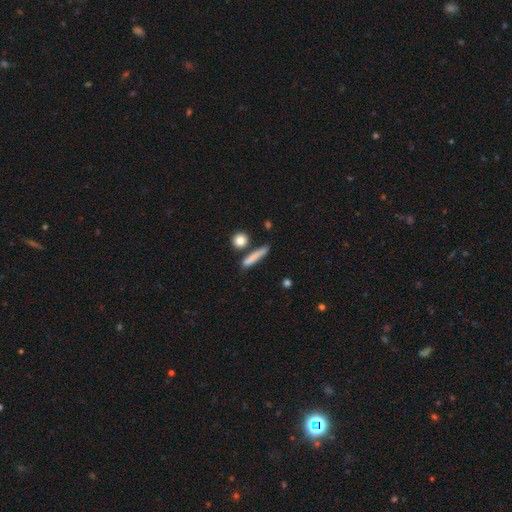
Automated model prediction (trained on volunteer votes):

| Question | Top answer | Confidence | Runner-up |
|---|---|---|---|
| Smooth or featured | smooth | 78% | featured or disk (14%) |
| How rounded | cigar-shaped | 81% | in between (12%) |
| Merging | none | 75% | minor disturbance (14%) |